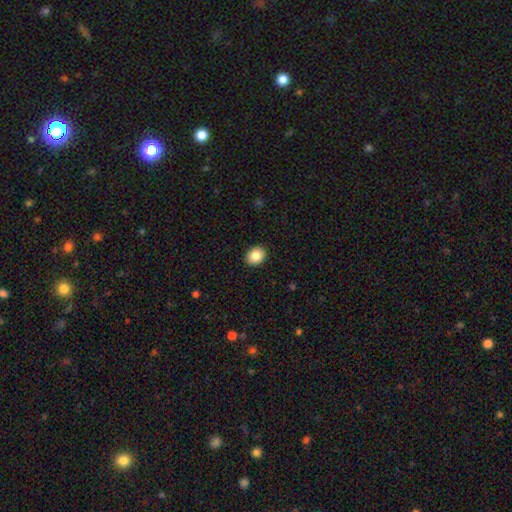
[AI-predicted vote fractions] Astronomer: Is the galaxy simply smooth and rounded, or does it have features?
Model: smooth — 87%.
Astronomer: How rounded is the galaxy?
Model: in between — 53% (runner-up: round, 46%).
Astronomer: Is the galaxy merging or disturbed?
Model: none — 91%.